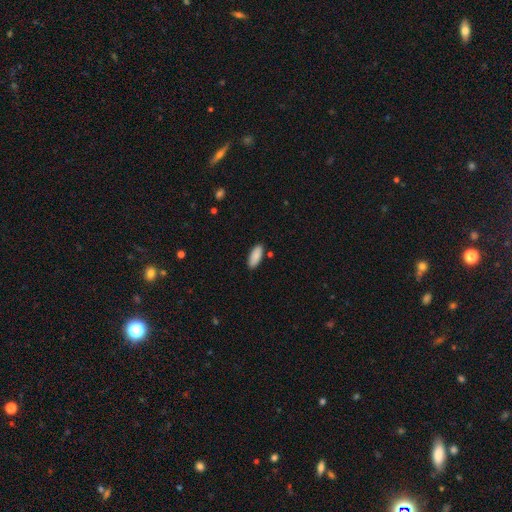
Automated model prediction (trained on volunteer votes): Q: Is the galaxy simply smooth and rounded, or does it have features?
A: smooth — 90%.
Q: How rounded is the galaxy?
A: in between — 78%.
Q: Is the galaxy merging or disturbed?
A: none — 87%.